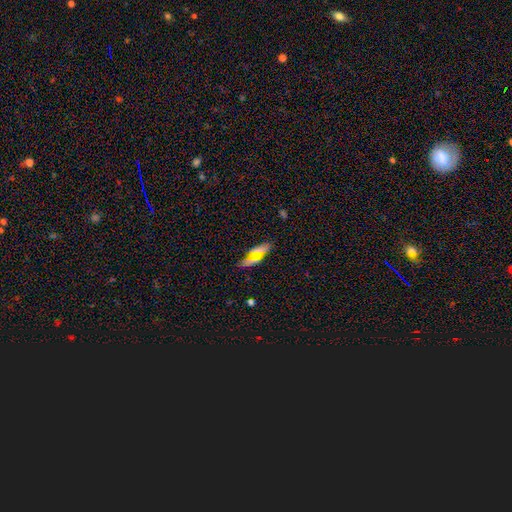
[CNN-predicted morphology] Smooth or featured? smooth (64%)
How rounded? in between (65%)
Merging? none (79%)